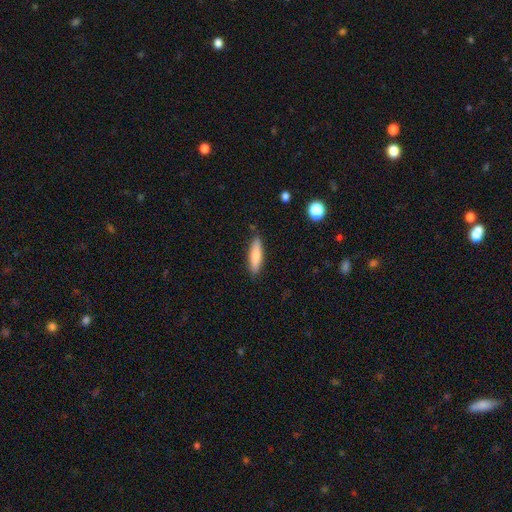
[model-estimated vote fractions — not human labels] This appears to be a smooth galaxy with no disk features (79%) that is cigar-shaped (70%). Merging: none (86%).